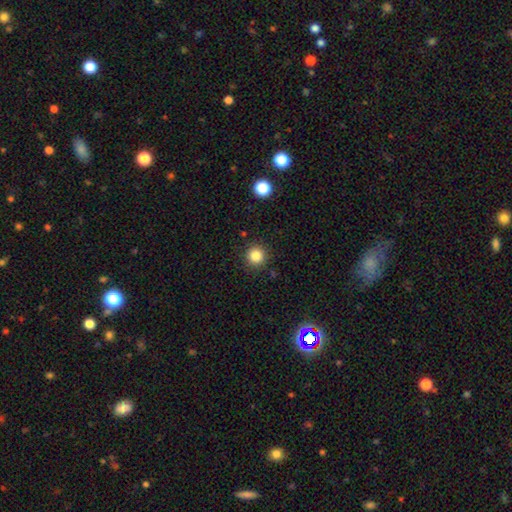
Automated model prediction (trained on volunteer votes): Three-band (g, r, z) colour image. It shows a smooth galaxy with no disk features (84%) that is round (95%). Merging: none (90%).